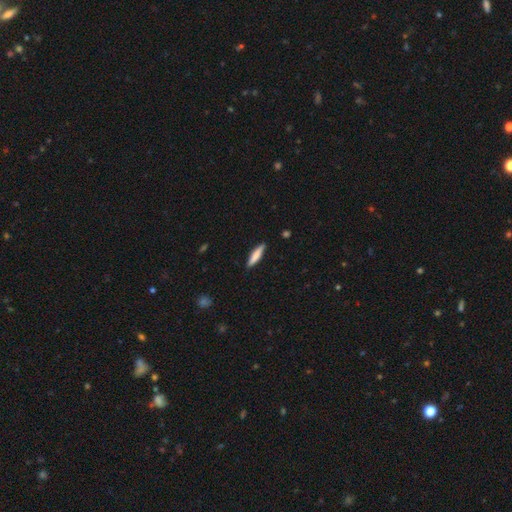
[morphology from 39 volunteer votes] This is clearly a smooth galaxy (82%). How rounded: clearly cigar-shaped (97%). Merging: clearly none (89%).